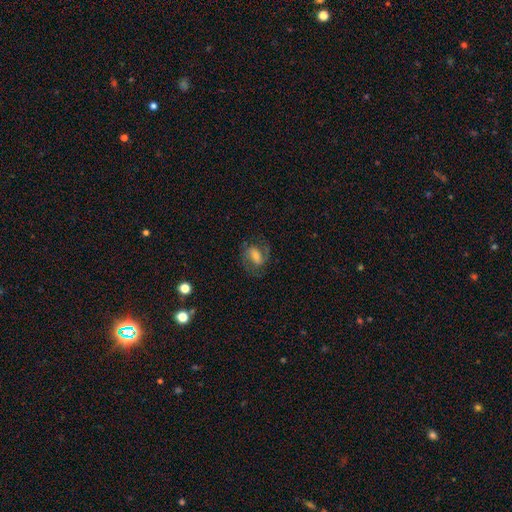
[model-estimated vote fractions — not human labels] Morphology: type=featured or disk (56%); edge-on=no (95%); bar=weak (40%); spiral arms=yes (82%); bulge=moderate (44%); merging=none (68%).